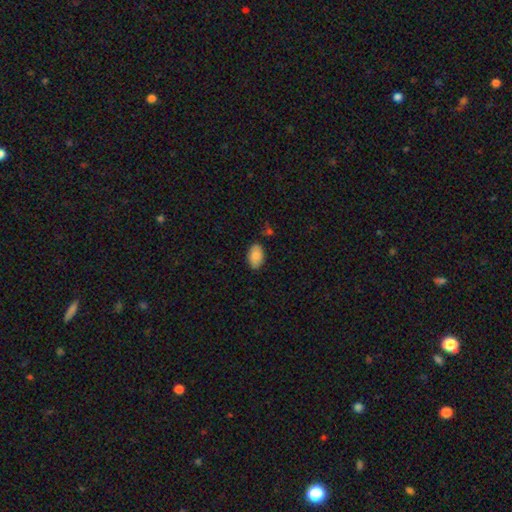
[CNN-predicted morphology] Smooth or featured? Predicted: smooth (p=0.86). How rounded? Predicted: in between (p=0.93). Merging? Predicted: none (p=0.83).